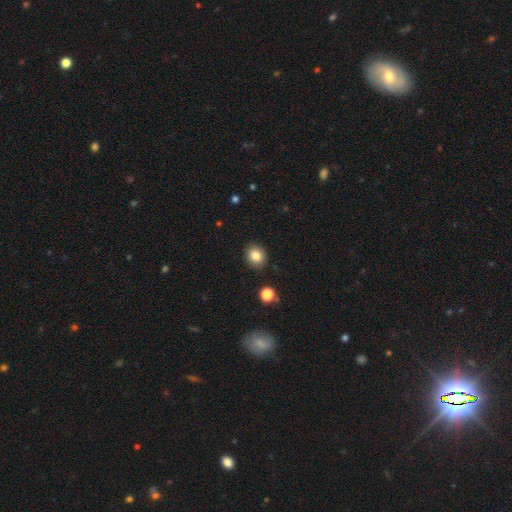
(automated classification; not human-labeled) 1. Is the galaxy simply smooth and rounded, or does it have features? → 83% smooth, 10% star or artifact, 6% featured or disk.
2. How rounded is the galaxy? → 68% round, 31% in between, 1% cigar-shaped.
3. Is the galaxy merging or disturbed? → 89% none, 8% minor disturbance, 2% major disturbance, 2% merger.